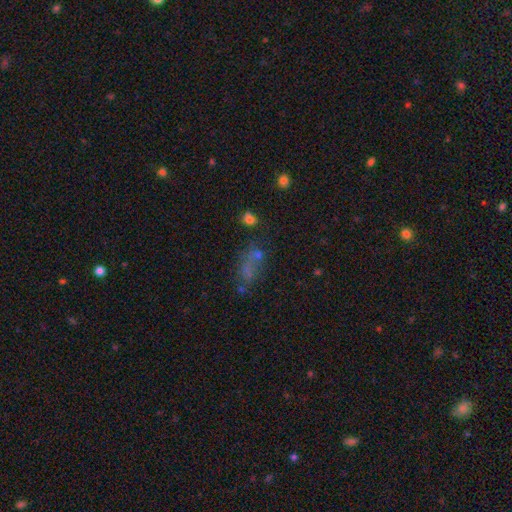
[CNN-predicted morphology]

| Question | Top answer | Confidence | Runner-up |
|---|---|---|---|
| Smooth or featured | smooth | 47% | star or artifact (31%) |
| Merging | none | 45% | merger (21%) |